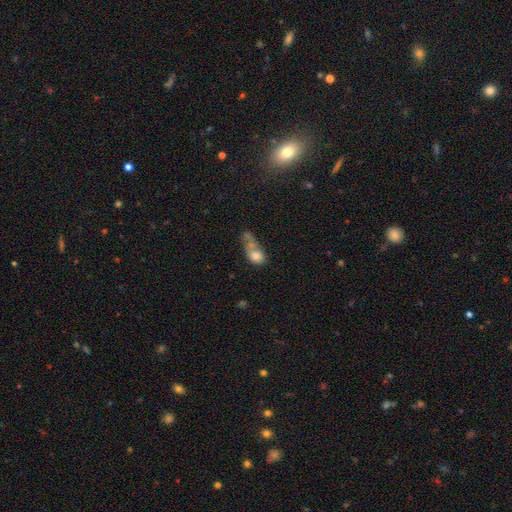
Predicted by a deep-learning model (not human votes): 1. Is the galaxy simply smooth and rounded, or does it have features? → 70% smooth, 20% featured or disk, 9% star or artifact.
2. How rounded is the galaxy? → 69% in between, 25% round, 6% cigar-shaped.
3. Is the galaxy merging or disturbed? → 47% merger, 23% major disturbance, 16% none, 14% minor disturbance.